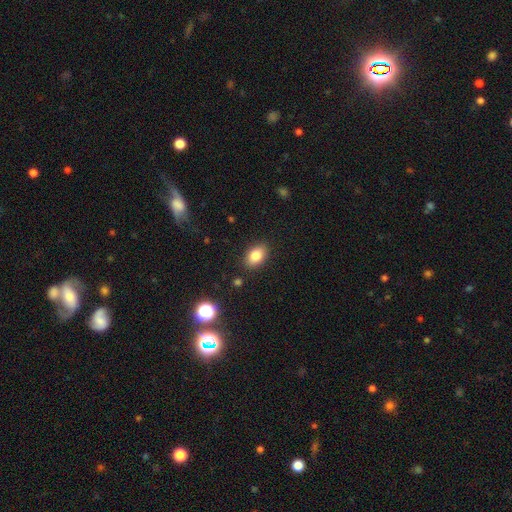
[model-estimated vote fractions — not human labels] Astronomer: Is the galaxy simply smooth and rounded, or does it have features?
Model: smooth — 82%.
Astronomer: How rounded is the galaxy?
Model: in between — 85%.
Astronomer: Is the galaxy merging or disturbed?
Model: none — 87%.